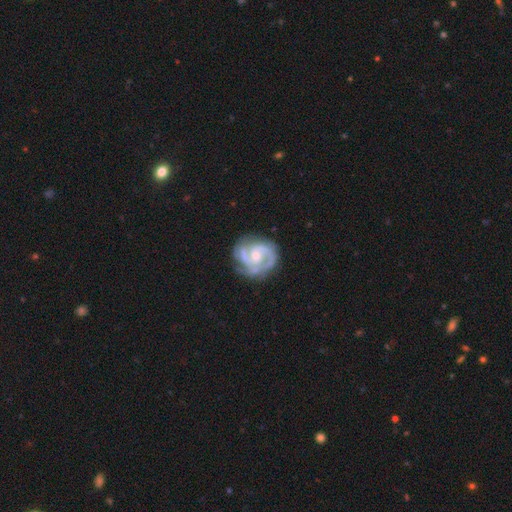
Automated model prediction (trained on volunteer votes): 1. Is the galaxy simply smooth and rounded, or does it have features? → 89% featured or disk, 7% smooth, 4% star or artifact.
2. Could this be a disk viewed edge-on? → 98% no, 2% yes.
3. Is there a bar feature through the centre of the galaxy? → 53% no, 38% weak, 9% strong.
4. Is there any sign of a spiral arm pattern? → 97% yes, 3% no.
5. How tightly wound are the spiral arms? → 58% tight, 36% medium, 6% loose.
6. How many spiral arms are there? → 62% 2, 19% 3, 9% can't tell, 4% 1, 3% 4, 3% more than 4.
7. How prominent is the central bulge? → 50% small, 42% moderate, 4% none, 3% large, 1% dominant.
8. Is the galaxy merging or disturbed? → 70% none, 20% minor disturbance, 8% major disturbance, 2% merger.